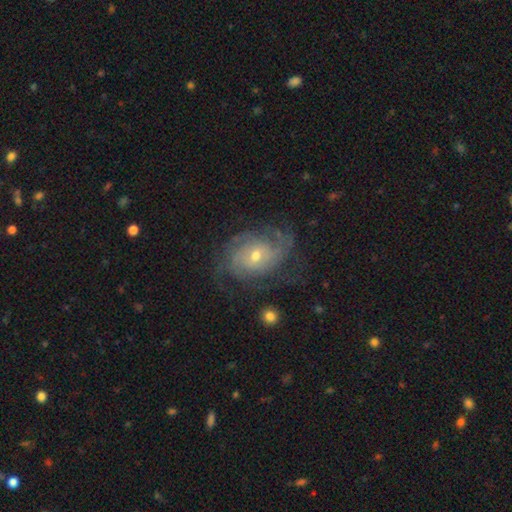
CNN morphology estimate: This appears to be a featured or disk galaxy (82%) with no bar (66%), tight (54%) spiral arms (93%) and a small central bulge (48%, tied with moderate). Merging: none (67%).